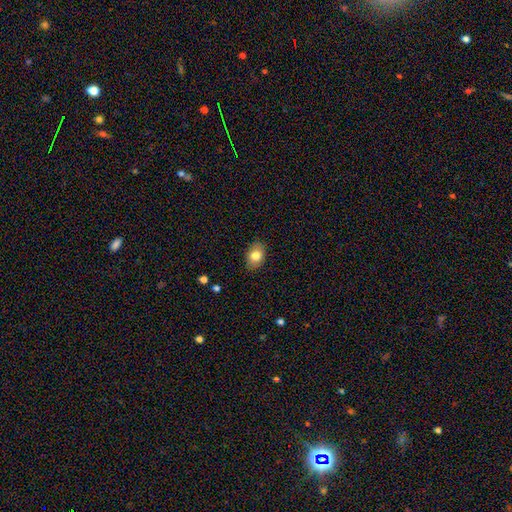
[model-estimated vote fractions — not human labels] Smooth or featured: smooth — 79% (featured or disk — 12%)
How rounded: in between — 79% (round — 20%)
Merging: none — 85% (minor disturbance — 12%)